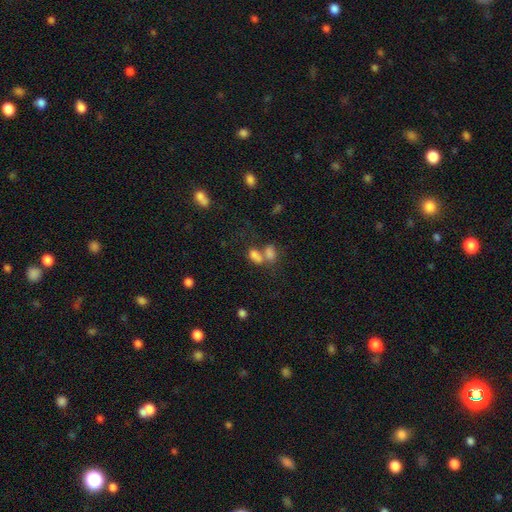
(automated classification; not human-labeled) The model was most divided on "merging": merger: 58%, none: 27%, minor disturbance: 8%, major disturbance: 6%. More confident: how rounded — in between (81%); smooth or featured — smooth (75%).